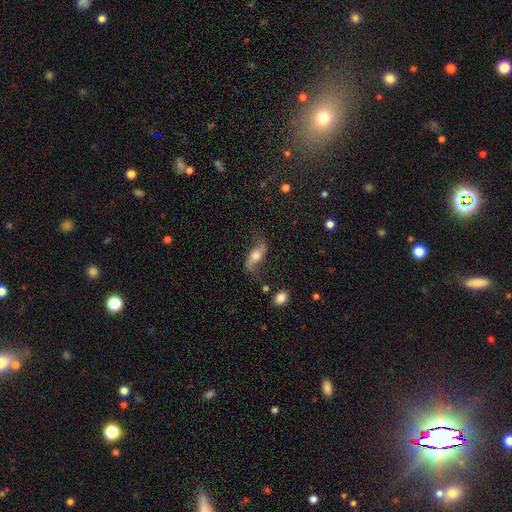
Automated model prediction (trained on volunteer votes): smooth-or-featured: featured or disk: 52% | smooth: 40% | star or artifact: 8%
  disk-edge-on: no: 69% | yes: 31%
  merging: none: 65% | minor disturbance: 21% | major disturbance: 11% | merger: 3%